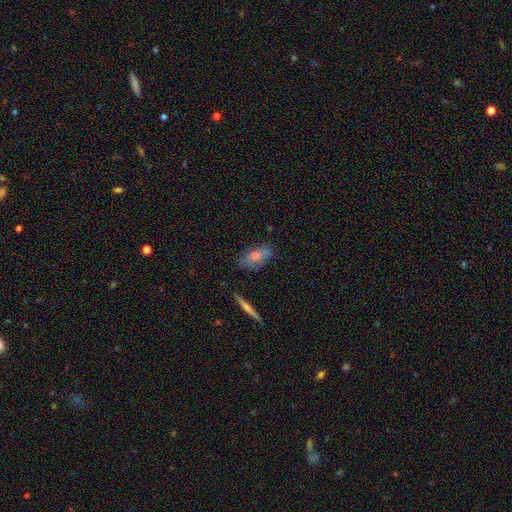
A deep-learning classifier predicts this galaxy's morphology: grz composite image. It shows a smooth galaxy with no disk features (64%) that is in between round and cigar-shaped (81%). Merging: none (77%).